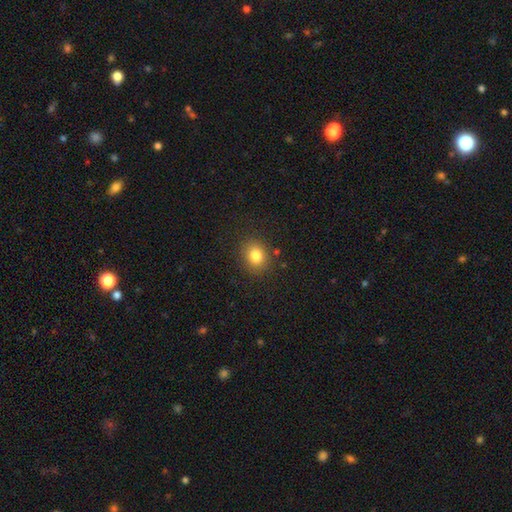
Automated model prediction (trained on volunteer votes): smooth_or_featured: smooth (p=0.82) [alt: star or artifact p=0.11]
how_rounded: round (p=0.62) [alt: in between p=0.37]
merging: none (p=0.85) [alt: minor disturbance p=0.10]